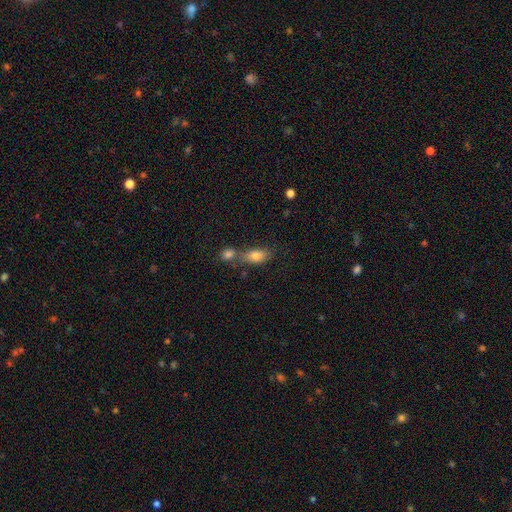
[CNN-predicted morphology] A smooth galaxy with no disk features (79%) that is in between round and cigar-shaped (83%).

Vote fractions:
- Smooth or featured? smooth: 79% / featured or disk: 12% / star or artifact: 9%
- How rounded? in between: 83% / round: 9% / cigar-shaped: 8%
- Merging? none: 45% / merger: 39% / minor disturbance: 12% / major disturbance: 4%